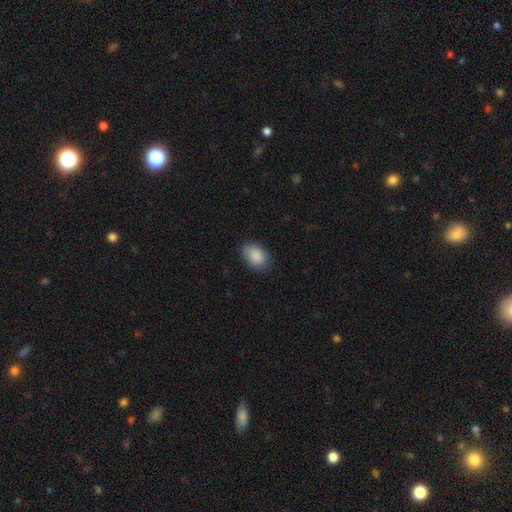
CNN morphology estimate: type=smooth (89%); roundness=in between (83%); merging=none (80%).